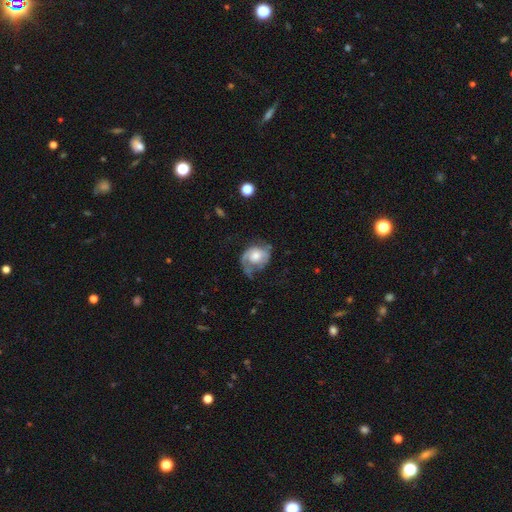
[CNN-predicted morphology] smooth_or_featured: featured or disk (p=0.62) [alt: smooth p=0.31]
disk_edge_on: no (p=0.97) [alt: yes p=0.03]
bar: no (p=0.74) [alt: weak p=0.22]
has_spiral_arms: yes (p=0.79) [alt: no p=0.21]
bulge_size: moderate (p=0.52) [alt: large p=0.22]
merging: none (p=0.39) [alt: major disturbance p=0.31]